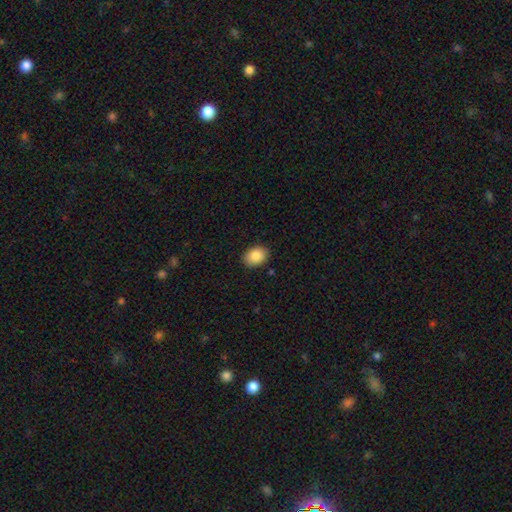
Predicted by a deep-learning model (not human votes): A smooth galaxy with no disk features (88%) that is in between round and cigar-shaped (72%). Merging: none (88%).